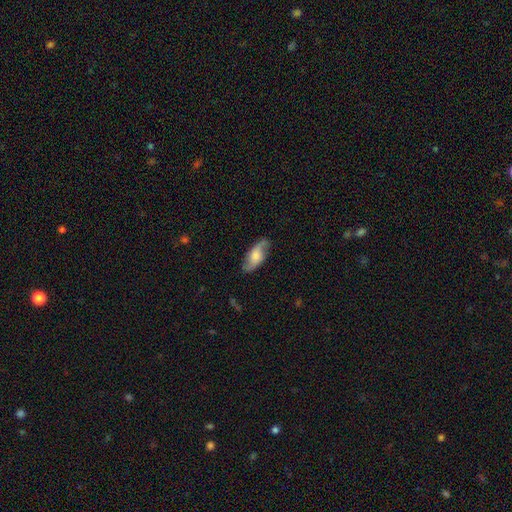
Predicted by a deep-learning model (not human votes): Smooth or featured? Predicted: featured or disk (p=0.59). Edge-on disk? Predicted: no (p=0.87). Bar? Predicted: no (p=0.62). Spiral arms? Predicted: yes (p=0.91). Bulge size? Predicted: moderate (p=0.35). Merging? Predicted: none (p=0.80).